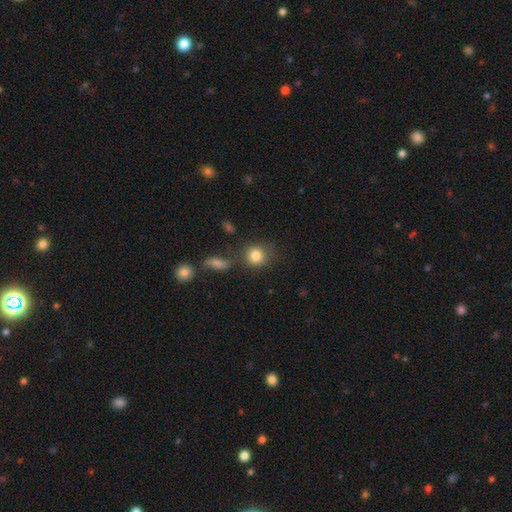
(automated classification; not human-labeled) smooth 83%, star or artifact 10%, featured or disk 7%. Down the decision tree: how rounded — round (84%); merging — none (75%).